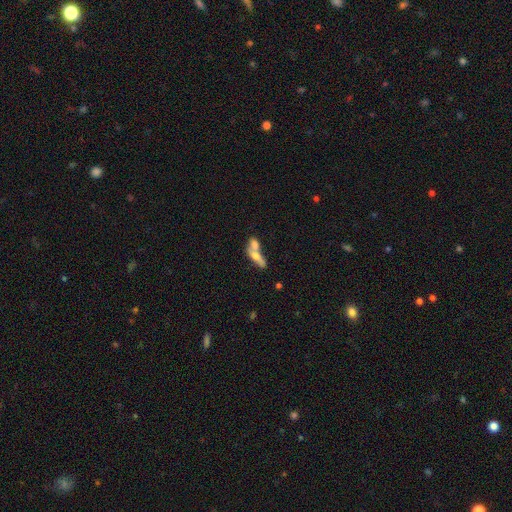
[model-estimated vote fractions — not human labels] Morphology: type=smooth (55%); roundness=in between (51%); merging=merger (61%).